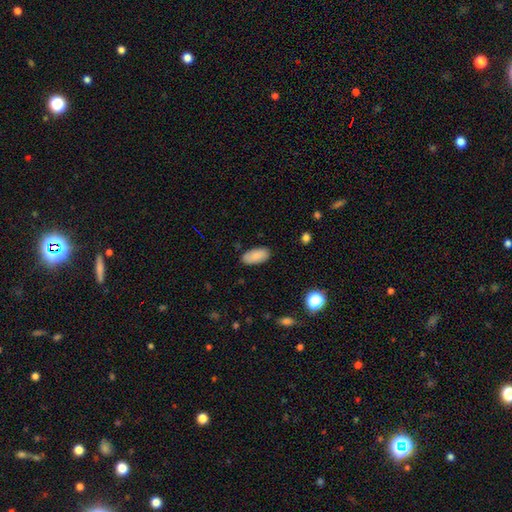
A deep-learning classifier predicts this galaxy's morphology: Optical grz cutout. It shows a smooth galaxy with no disk features (88%) that is in between round and cigar-shaped (92%). Merging: none (86%).